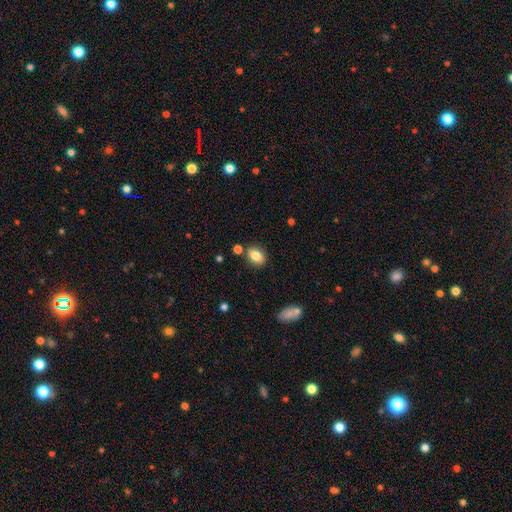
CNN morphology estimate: smooth_or_featured: smooth (p=0.82) [alt: star or artifact p=0.09]
how_rounded: in between (p=0.76) [alt: round p=0.22]
merging: none (p=0.80) [alt: minor disturbance p=0.11]